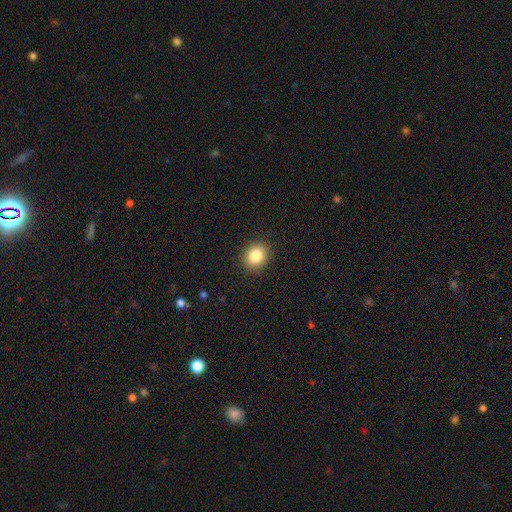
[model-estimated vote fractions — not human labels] This appears to be a smooth galaxy with no disk features (84%) that is round (67%). Merging: none (90%).